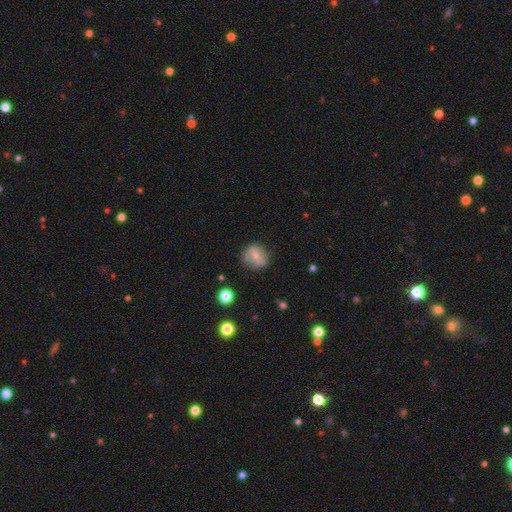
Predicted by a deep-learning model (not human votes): A featured or disk galaxy (56%) with a weak bar (43%), spiral arms (74%) and a small central bulge (49%).

Vote fractions:
- Smooth or featured? featured or disk: 56% / smooth: 37% / star or artifact: 8%
- Edge-on disk? no: 96% / yes: 4%
- Bar? weak: 43% / strong: 33% / no: 24%
- Spiral arms? yes: 74% / no: 26%
- Bulge size? small: 49% / moderate: 45% / none: 3% / large: 2% / dominant: 1%
- Merging? none: 79% / minor disturbance: 15% / major disturbance: 4% / merger: 2%